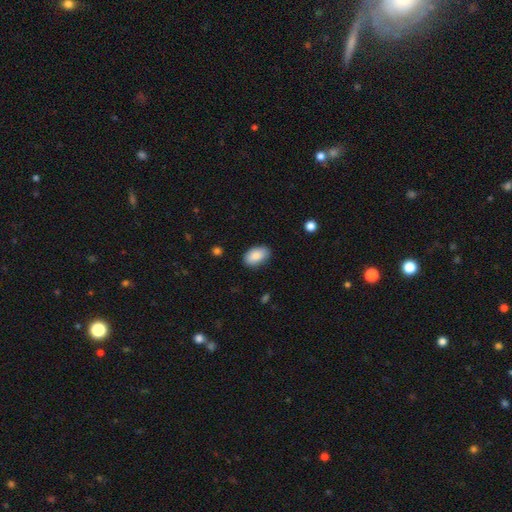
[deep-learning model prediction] Smooth or featured? smooth (87%)
How rounded? in between (93%)
Merging? none (86%)